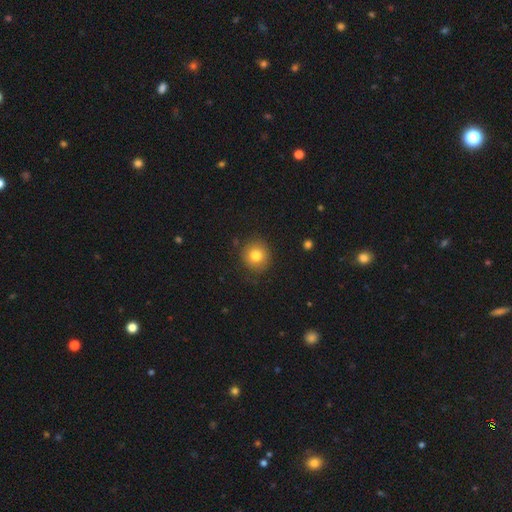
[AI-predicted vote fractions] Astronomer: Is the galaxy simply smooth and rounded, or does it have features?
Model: smooth — 80%.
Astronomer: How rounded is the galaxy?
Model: round — 90%.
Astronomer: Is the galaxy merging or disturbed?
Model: none — 86%.